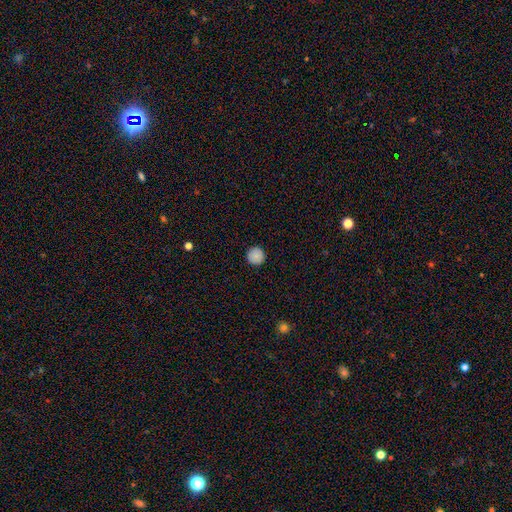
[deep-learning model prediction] Overall: smooth (86%). How rounded: round (96%). Merging: none (93%).